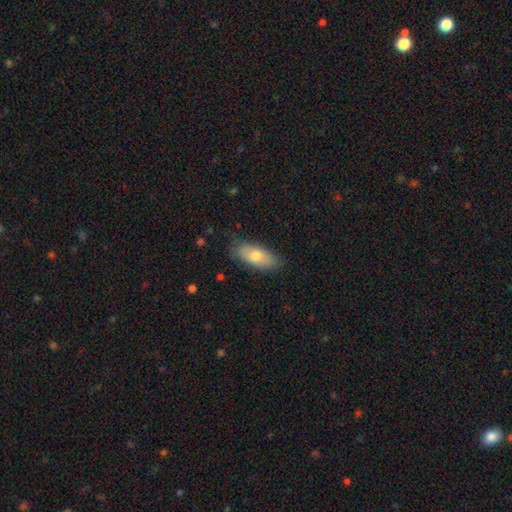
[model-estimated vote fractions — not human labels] A smooth galaxy with no disk features (70%) that is in between round and cigar-shaped (84%).

Vote fractions:
- Smooth or featured? smooth: 70% / featured or disk: 23% / star or artifact: 6%
- How rounded? in between: 84% / cigar-shaped: 13% / round: 3%
- Merging? none: 79% / minor disturbance: 16% / major disturbance: 3% / merger: 1%